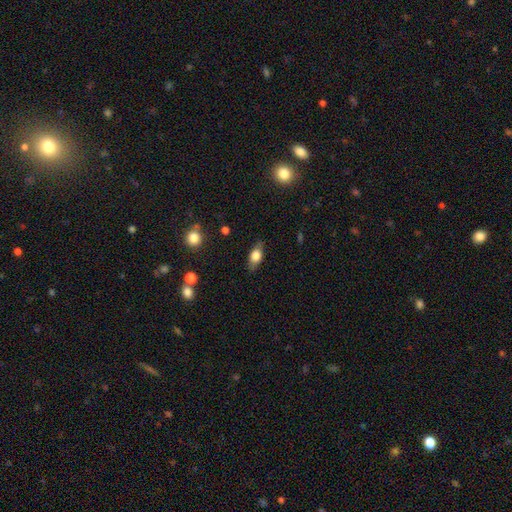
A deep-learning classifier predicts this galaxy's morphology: Overall: smooth (71%). How rounded: in between (82%). Merging: none (81%).